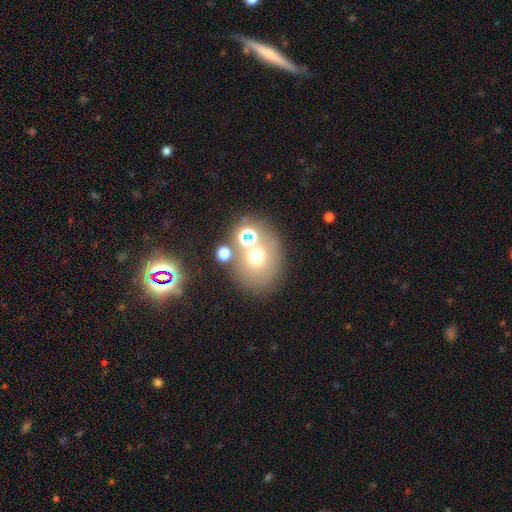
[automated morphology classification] This appears to be a smooth galaxy with no disk features (61%) that is round (71%). Merging: none (60%).